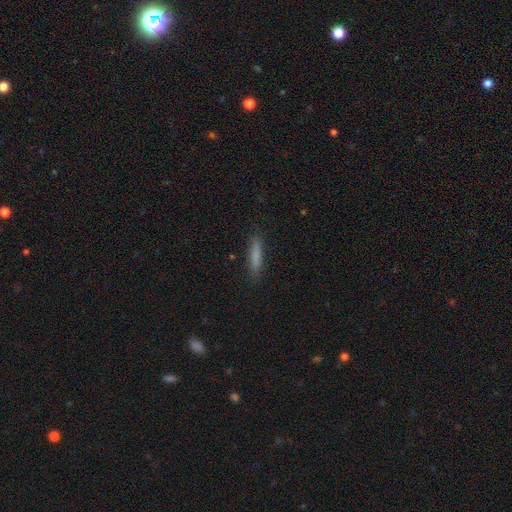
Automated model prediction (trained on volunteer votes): Smooth or featured: smooth — 82% (featured or disk — 11%)
How rounded: cigar-shaped — 87% (in between — 11%)
Merging: none — 88% (minor disturbance — 9%)